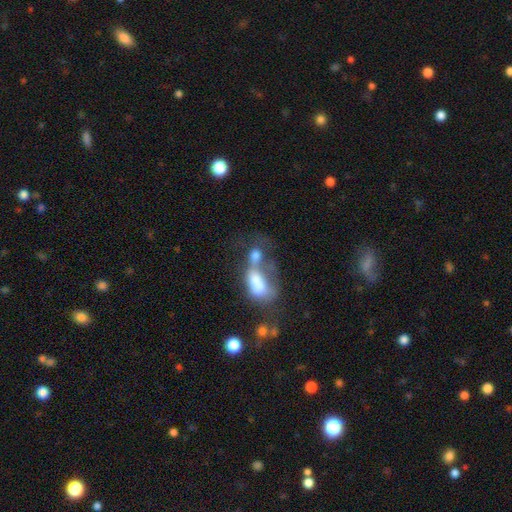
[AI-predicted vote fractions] smooth_or_featured: smooth (p=0.60) [alt: featured or disk p=0.28]
how_rounded: in between (p=0.82) [alt: round p=0.13]
merging: merger (p=0.64) [alt: major disturbance p=0.19]